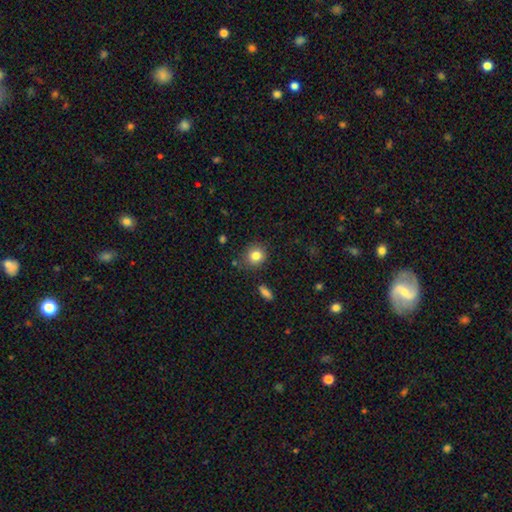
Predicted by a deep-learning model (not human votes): Q: Smooth or featured?
A: smooth (82%); runner-up: star or artifact (10%)
Q: How rounded?
A: round (81%); runner-up: in between (18%)
Q: Merging?
A: none (83%); runner-up: minor disturbance (11%)